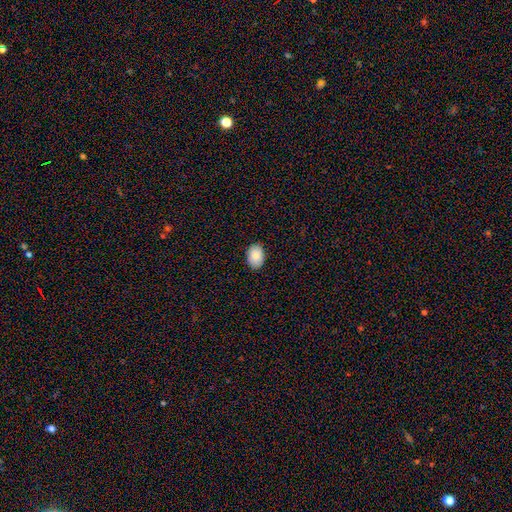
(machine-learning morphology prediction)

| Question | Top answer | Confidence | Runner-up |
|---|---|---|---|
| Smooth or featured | smooth | 85% | featured or disk (7%) |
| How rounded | in between | 82% | round (17%) |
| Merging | none | 88% | minor disturbance (9%) |